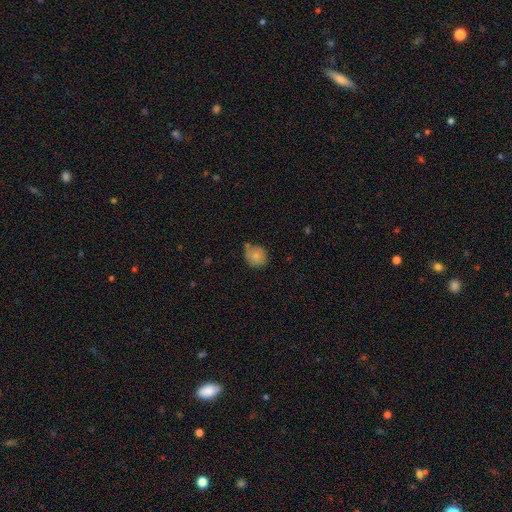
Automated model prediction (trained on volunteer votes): The model was most divided on "merging": none: 65%, minor disturbance: 22%, merger: 9%, major disturbance: 4%. More confident: how rounded — round (83%); smooth or featured — smooth (79%).